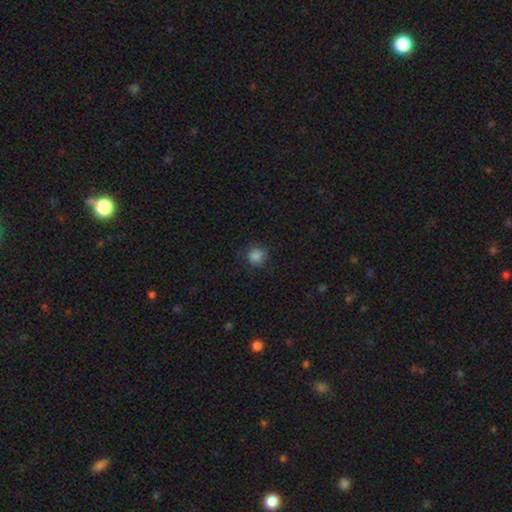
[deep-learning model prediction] A smooth galaxy with no disk features (84%) that is round (87%).

Vote fractions:
- Smooth or featured? smooth: 84% / star or artifact: 11% / featured or disk: 5%
- How rounded? round: 87% / in between: 12% / cigar-shaped: 1%
- Merging? none: 79% / minor disturbance: 15% / major disturbance: 5% / merger: 1%